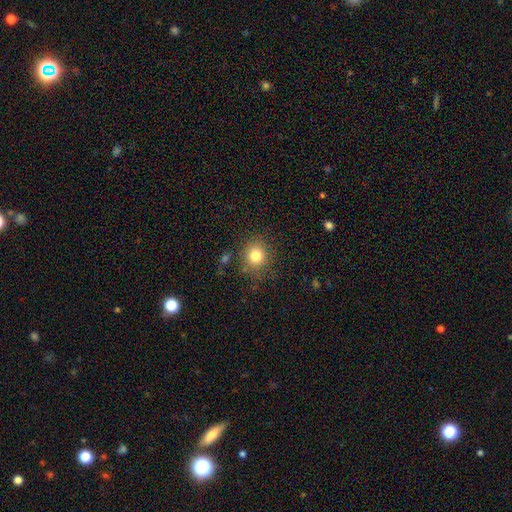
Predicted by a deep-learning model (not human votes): A smooth galaxy with no disk features (81%) that is round (84%). Merging: none (82%).